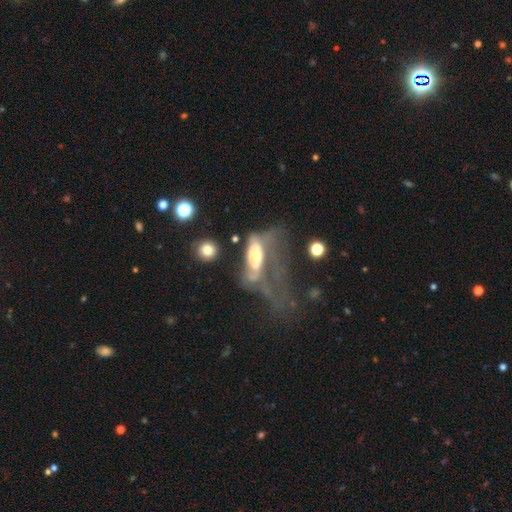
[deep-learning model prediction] smooth_or_featured: featured or disk (p=0.55) [alt: smooth p=0.36]
disk_edge_on: no (p=0.81) [alt: yes p=0.19]
merging: major disturbance (p=0.61) [alt: merger p=0.21]